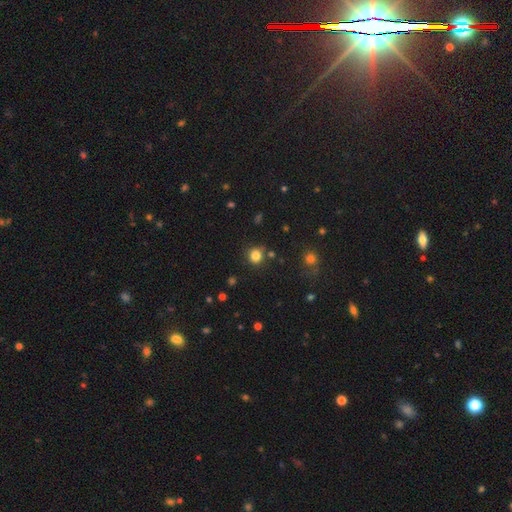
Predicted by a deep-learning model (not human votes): Morphology: type=smooth (82%); roundness=round (88%); merging=none (81%).